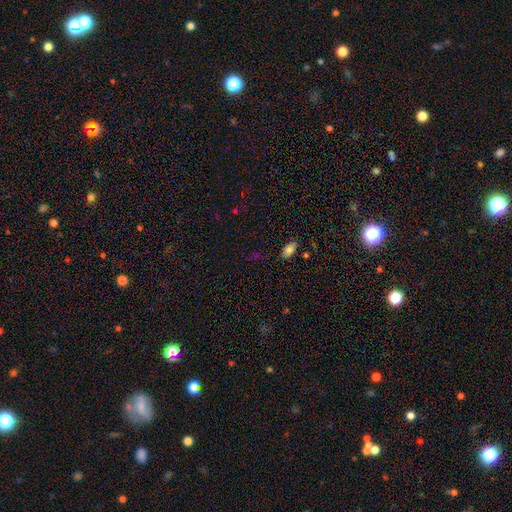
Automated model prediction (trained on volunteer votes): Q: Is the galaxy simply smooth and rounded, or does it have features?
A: smooth — 60%.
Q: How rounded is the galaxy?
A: in between — 71%.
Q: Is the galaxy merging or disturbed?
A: none — 81%.